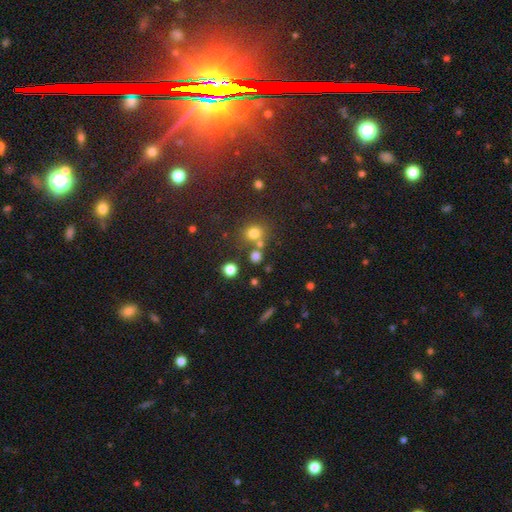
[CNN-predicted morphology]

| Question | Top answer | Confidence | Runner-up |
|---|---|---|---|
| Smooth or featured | smooth | 73% | star or artifact (19%) |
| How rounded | round | 81% | in between (18%) |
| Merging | none | 65% | merger (22%) |